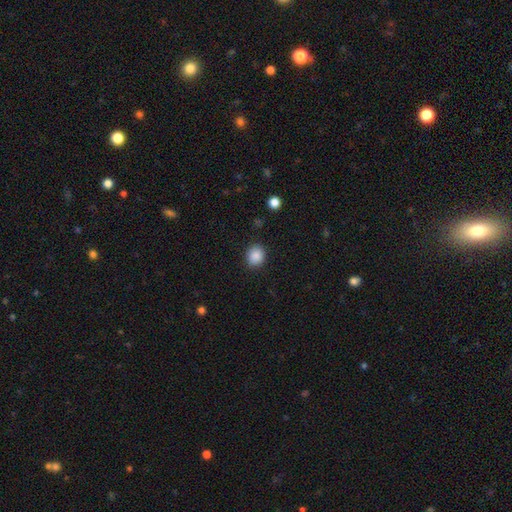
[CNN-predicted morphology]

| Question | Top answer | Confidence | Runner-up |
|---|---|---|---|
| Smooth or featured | smooth | 88% | star or artifact (9%) |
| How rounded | round | 73% | in between (26%) |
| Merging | none | 89% | minor disturbance (8%) |